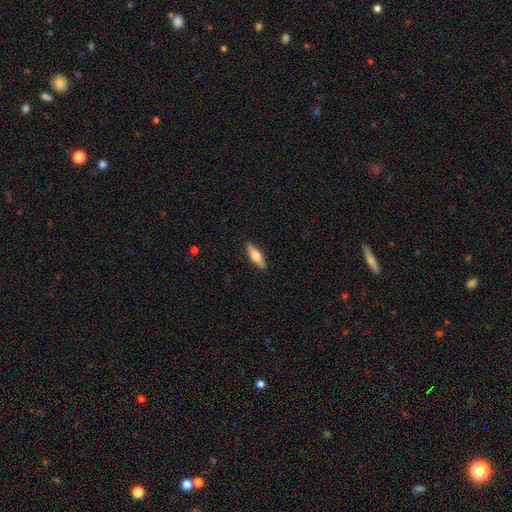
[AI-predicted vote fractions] smooth 49%, featured or disk 45%, star or artifact 6%. Down the decision tree: merging — none (89%).